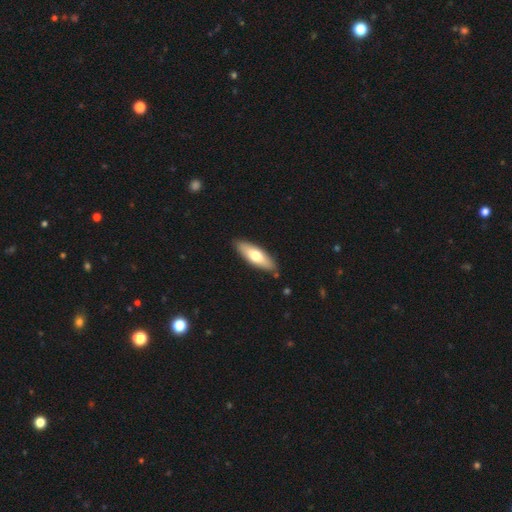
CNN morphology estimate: This appears to be a smooth galaxy with no disk features (65%) that is in between round and cigar-shaped (58%). Merging: none (86%).